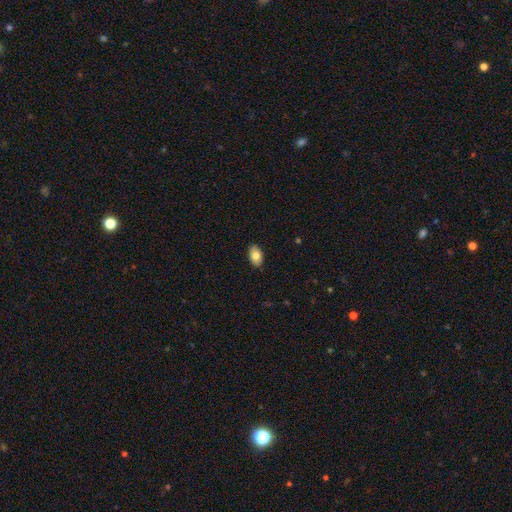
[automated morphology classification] smooth_or_featured: smooth (p=0.80) [alt: featured or disk p=0.13]
how_rounded: in between (p=0.92) [alt: round p=0.07]
merging: none (p=0.88) [alt: minor disturbance p=0.09]